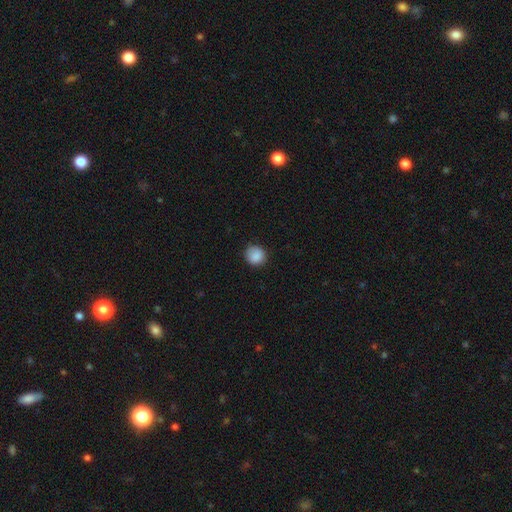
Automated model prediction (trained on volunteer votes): This appears to be a smooth galaxy with no disk features (88%) that is round (89%). Merging: none (85%).